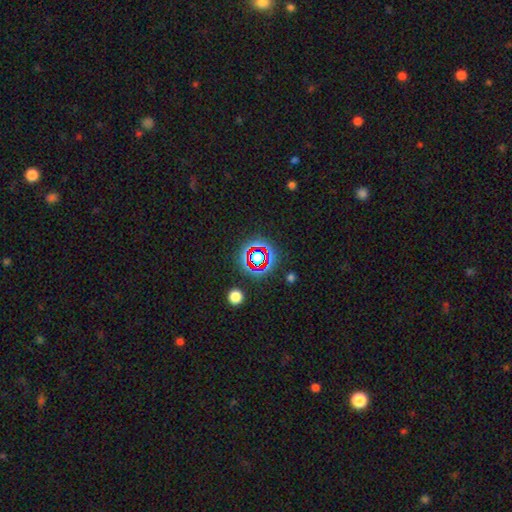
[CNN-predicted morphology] star or artifact 69%, smooth 20%, featured or disk 12%.